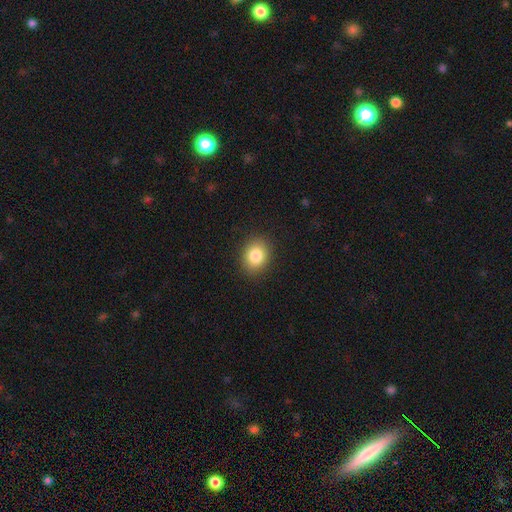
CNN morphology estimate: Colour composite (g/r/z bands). It shows a smooth galaxy with no disk features (84%) that is round (57%). Merging: none (90%).